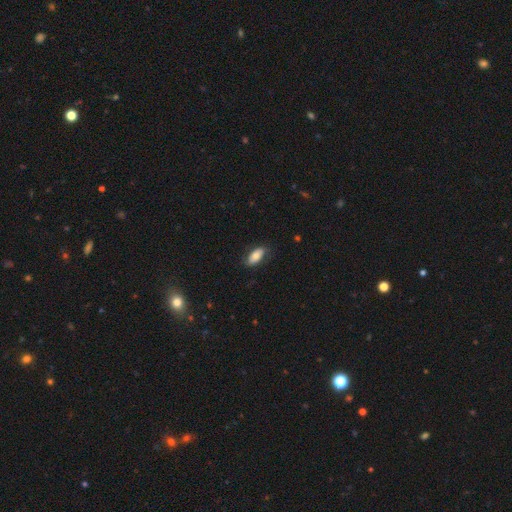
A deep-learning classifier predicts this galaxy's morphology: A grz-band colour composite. It shows a smooth galaxy with no disk features (75%) that is in between round and cigar-shaped (88%). Merging: none (77%).